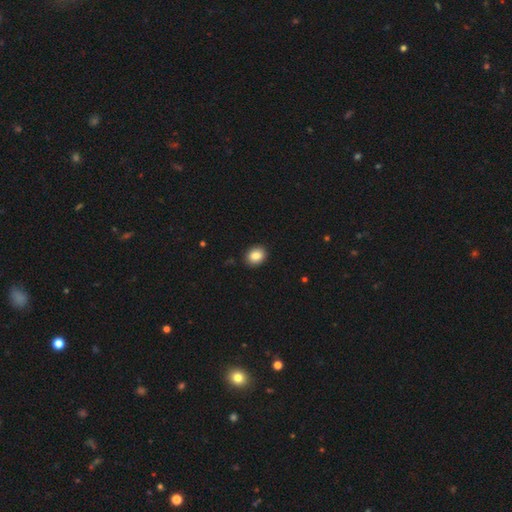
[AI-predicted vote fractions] The model was most divided on "how rounded": in between: 51%, round: 48%, cigar-shaped: 1%. More confident: merging — none (91%); smooth or featured — smooth (86%).